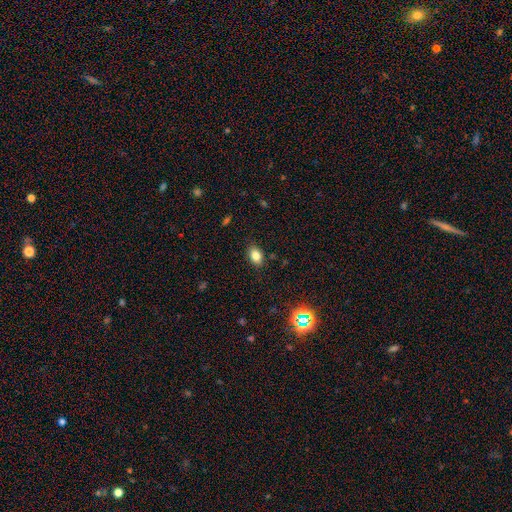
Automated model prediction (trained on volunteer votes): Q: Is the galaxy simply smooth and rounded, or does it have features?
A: smooth — 81%.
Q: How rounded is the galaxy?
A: in between — 82%.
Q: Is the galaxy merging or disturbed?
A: none — 86%.